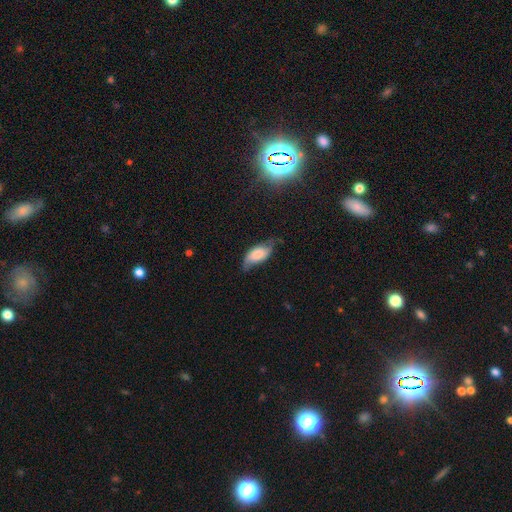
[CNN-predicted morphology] smooth_or_featured: smooth (p=0.59) [alt: featured or disk p=0.34]
how_rounded: in between (p=0.88) [alt: cigar-shaped p=0.09]
merging: none (p=0.52) [alt: minor disturbance p=0.35]